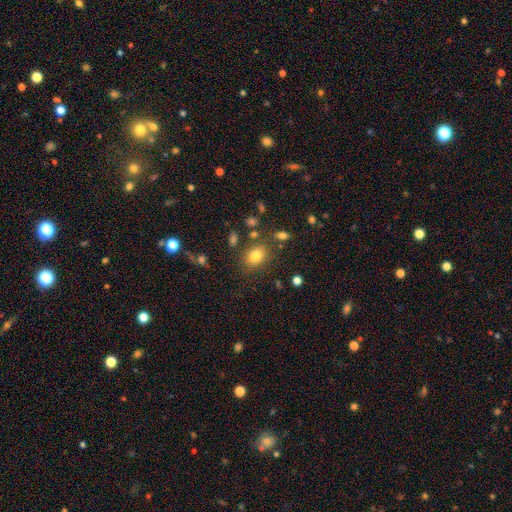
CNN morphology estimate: Smooth or featured? smooth (79%)
How rounded? in between (62%)
Merging? none (77%)